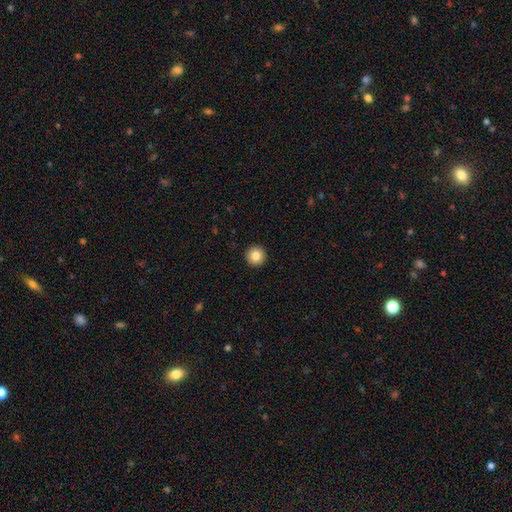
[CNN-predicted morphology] Smooth or featured: smooth — 84% (star or artifact — 9%)
How rounded: round — 96% (in between — 3%)
Merging: none — 94% (minor disturbance — 4%)